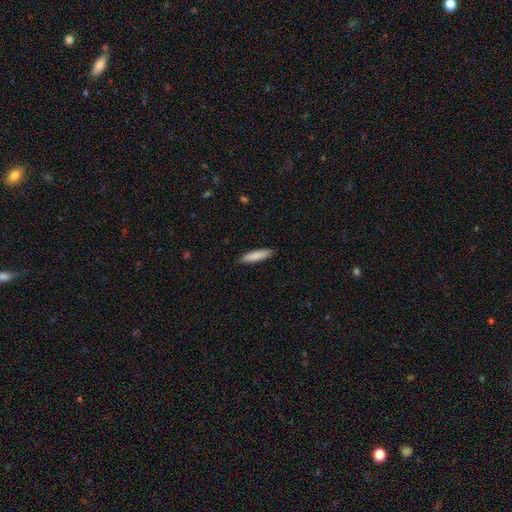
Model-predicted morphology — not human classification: Q: Smooth or featured?
A: smooth (86%); runner-up: featured or disk (8%)
Q: How rounded?
A: cigar-shaped (78%); runner-up: in between (20%)
Q: Merging?
A: none (90%); runner-up: minor disturbance (7%)